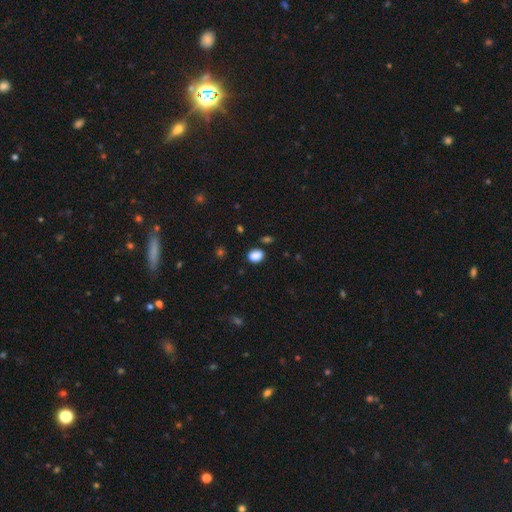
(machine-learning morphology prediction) A smooth galaxy with no disk features (87%) that is in between round and cigar-shaped (65%).

Vote fractions:
- Smooth or featured? smooth: 87% / star or artifact: 9% / featured or disk: 3%
- How rounded? in between: 65% / round: 34% / cigar-shaped: 1%
- Merging? none: 83% / minor disturbance: 11% / merger: 3% / major disturbance: 3%